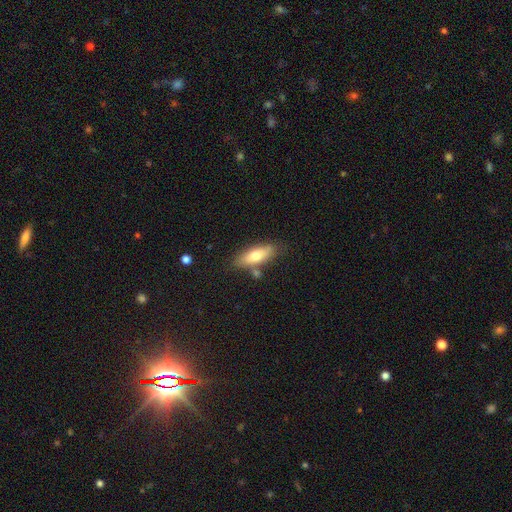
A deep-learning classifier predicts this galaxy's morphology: This is likely a smooth galaxy (69%). How rounded: likely in between (67%). Merging: likely none (71%).